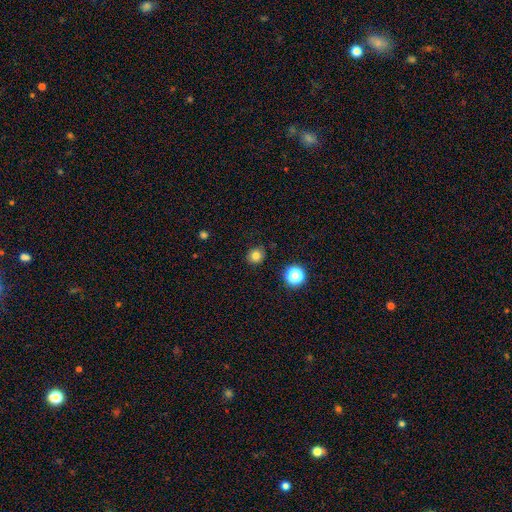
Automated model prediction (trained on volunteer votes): Morphology: type=smooth (79%); roundness=round (82%); merging=none (88%).